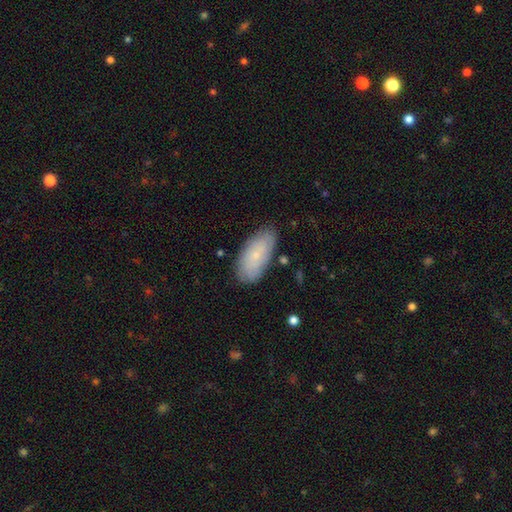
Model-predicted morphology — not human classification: The model was most divided on "smooth or featured": smooth: 63%, featured or disk: 30%, star or artifact: 7%. More confident: how rounded — in between (90%); merging — none (78%).